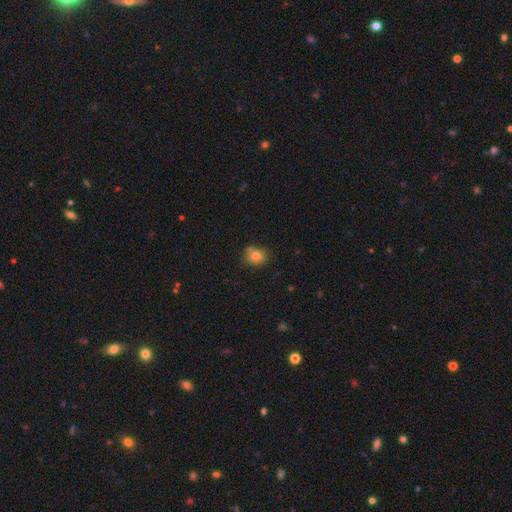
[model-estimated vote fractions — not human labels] This appears to be a smooth galaxy with no disk features (79%) that is round (59%). Merging: none (72%).